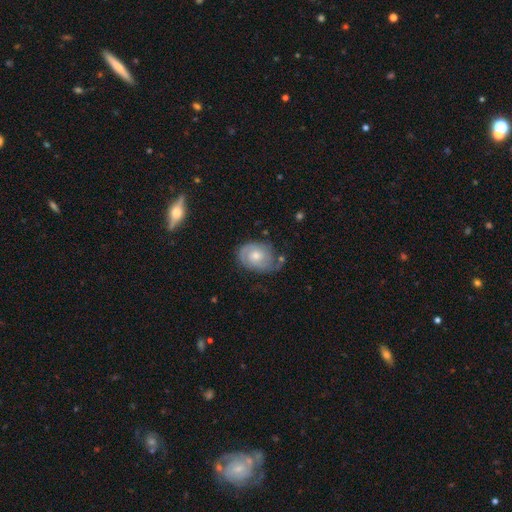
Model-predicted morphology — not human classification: Q: Smooth or featured?
A: featured or disk (73%); runner-up: smooth (21%)
Q: Edge-on disk?
A: no (97%); runner-up: yes (3%)
Q: Bar?
A: no (72%); runner-up: weak (25%)
Q: Spiral arms?
A: yes (91%); runner-up: no (9%)
Q: Spiral winding?
A: tight (63%); runner-up: medium (28%)
Q: Spiral arm count?
A: 2 (56%); runner-up: can't tell (20%)
Q: Bulge size?
A: moderate (59%); runner-up: small (33%)
Q: Merging?
A: none (61%); runner-up: minor disturbance (25%)